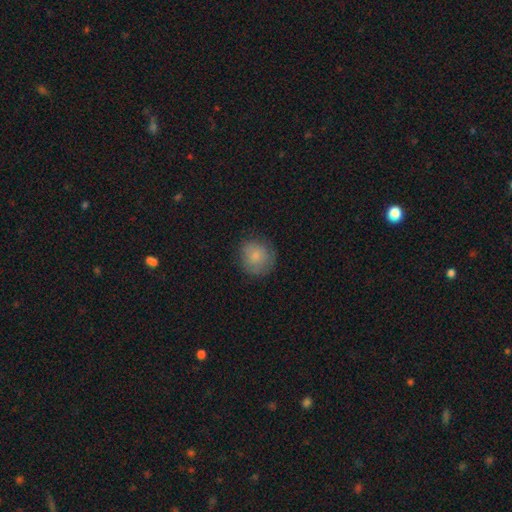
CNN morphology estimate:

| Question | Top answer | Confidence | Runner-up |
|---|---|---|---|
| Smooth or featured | smooth | 82% | featured or disk (11%) |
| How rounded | round | 88% | in between (11%) |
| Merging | none | 77% | minor disturbance (17%) |